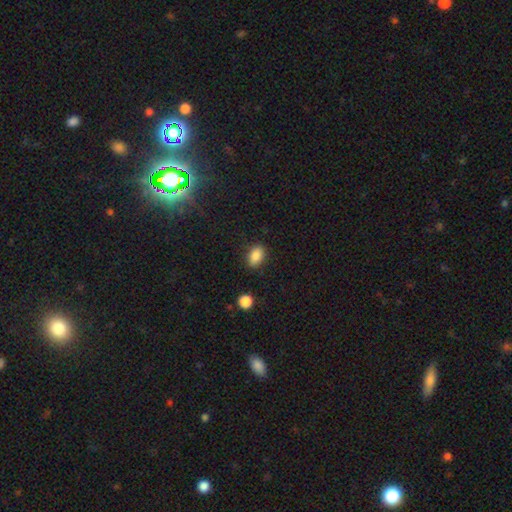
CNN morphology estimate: Smooth or featured: smooth — 86% (star or artifact — 9%)
How rounded: in between — 83% (round — 15%)
Merging: none — 85% (minor disturbance — 11%)